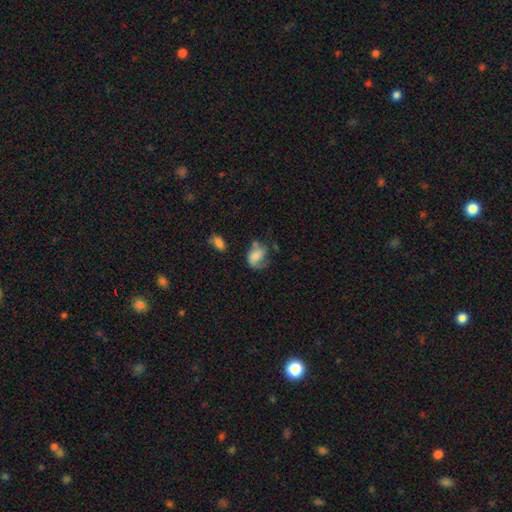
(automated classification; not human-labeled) Morphology: type=smooth (63%); roundness=in between (72%); merging=none (31%).